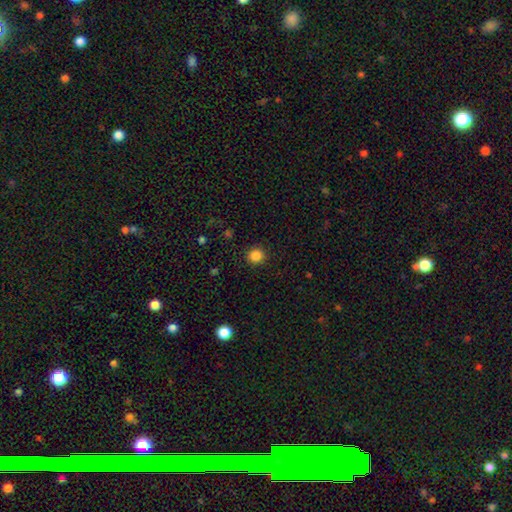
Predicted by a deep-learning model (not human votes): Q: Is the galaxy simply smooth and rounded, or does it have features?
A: smooth — 85%.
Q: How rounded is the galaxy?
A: round — 92%.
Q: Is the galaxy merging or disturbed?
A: none — 91%.